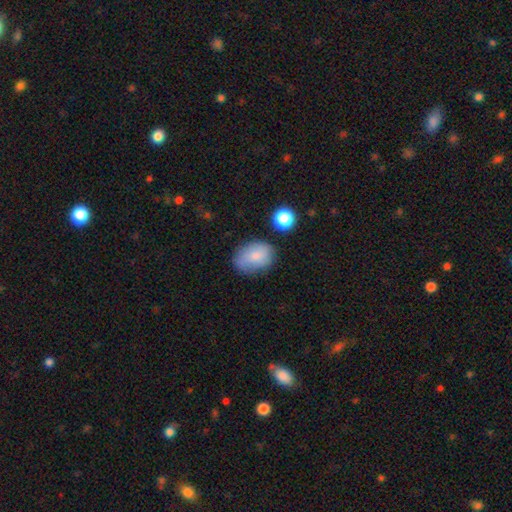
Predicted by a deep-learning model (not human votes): The model was most divided on "merging": none: 65%, minor disturbance: 24%, major disturbance: 6%, merger: 5%. More confident: smooth or featured — smooth (79%); how rounded — in between (77%).